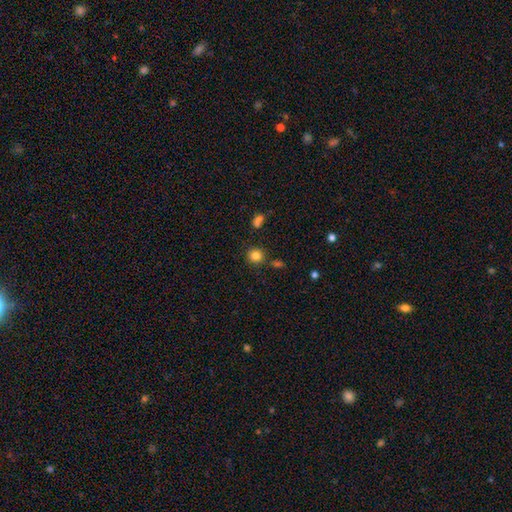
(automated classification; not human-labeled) Smooth or featured? Predicted: smooth (p=0.83). How rounded? Predicted: round (p=0.91). Merging? Predicted: none (p=0.83).